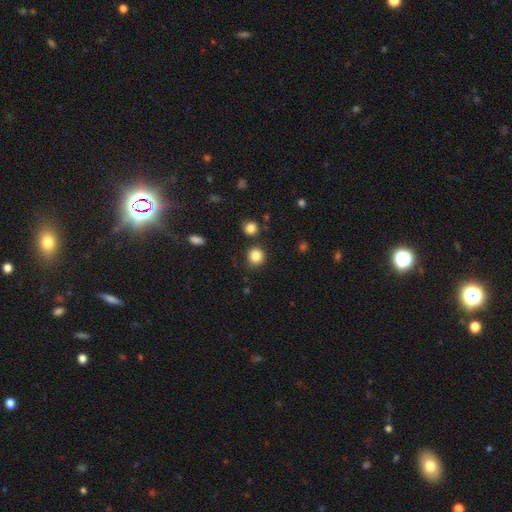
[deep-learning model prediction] A smooth galaxy with no disk features (85%) that is round (87%).

Vote fractions:
- Smooth or featured? smooth: 85% / star or artifact: 11% / featured or disk: 4%
- How rounded? round: 87% / in between: 12% / cigar-shaped: 1%
- Merging? none: 85% / minor disturbance: 8% / merger: 5% / major disturbance: 3%